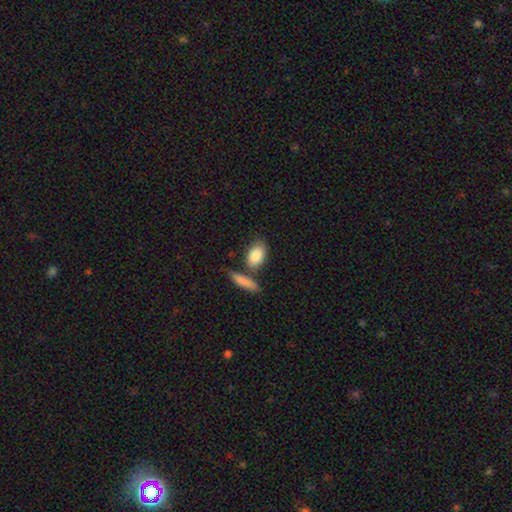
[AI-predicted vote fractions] This is clearly a smooth galaxy (85%). How rounded: clearly in between (82%). Merging: likely none (60%).